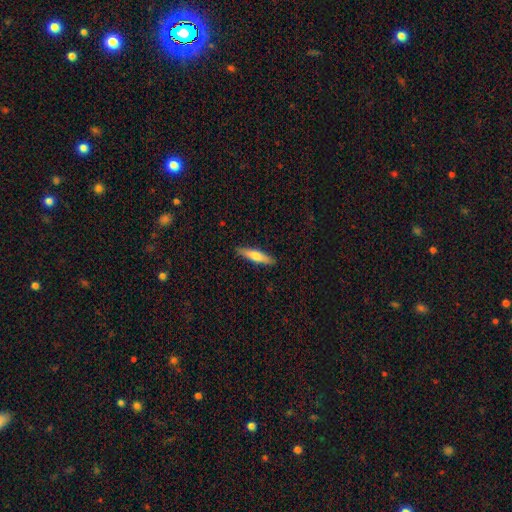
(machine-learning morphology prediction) This is likely a smooth galaxy (65%). How rounded: clearly cigar-shaped (82%). Merging: clearly none (89%).